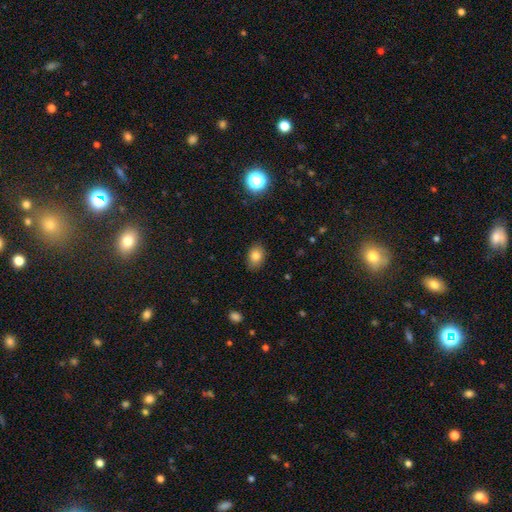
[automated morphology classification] smooth_or_featured: smooth (p=0.81) [alt: star or artifact p=0.11]
how_rounded: in between (p=0.76) [alt: round p=0.23]
merging: none (p=0.84) [alt: minor disturbance p=0.13]